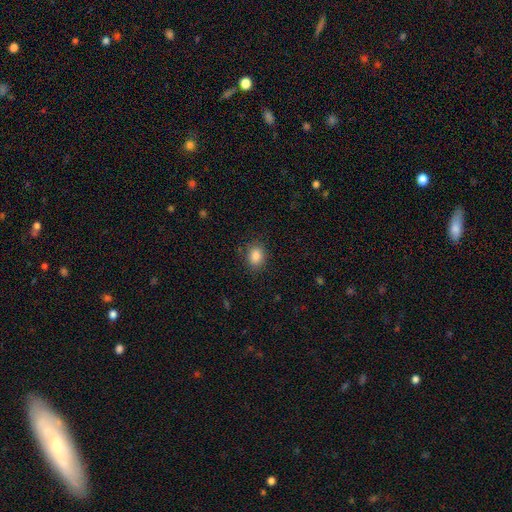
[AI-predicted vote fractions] Smooth or featured?
  - smooth: 86% *
  - star or artifact: 9%
  - featured or disk: 5%
How rounded?
  - in between: 58% *
  - round: 40%
  - cigar-shaped: 1%
Merging?
  - none: 84% *
  - minor disturbance: 12%
  - major disturbance: 3%
  - merger: 1%